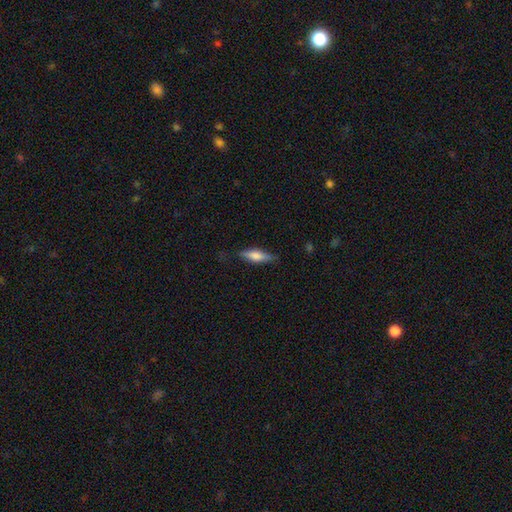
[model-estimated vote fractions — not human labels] Overall: smooth (59%; featured or disk 35%). How rounded: cigar-shaped (55%; in between 42%). Merging: none (79%).